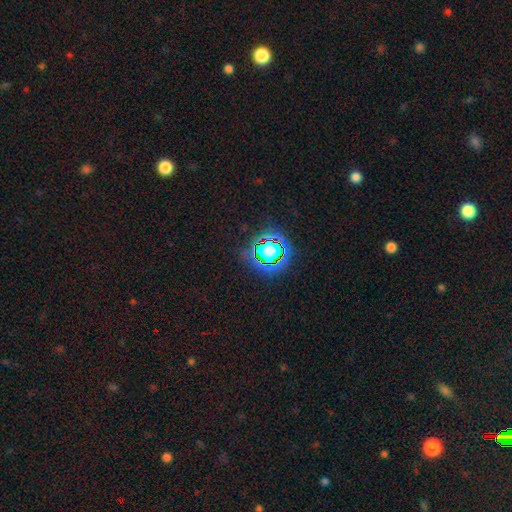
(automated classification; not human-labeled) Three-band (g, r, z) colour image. It shows a star or artifact, not a galaxy (80%).